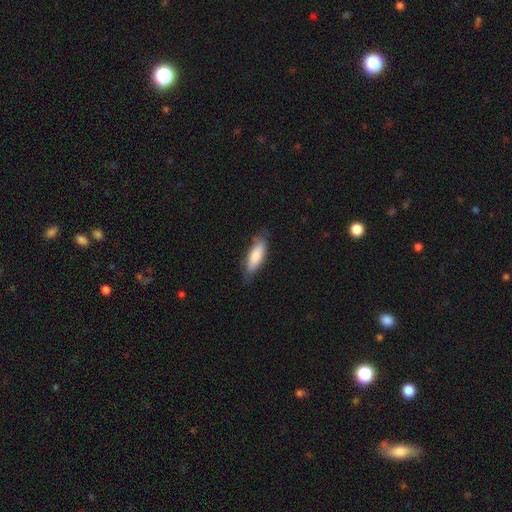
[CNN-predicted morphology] A smooth galaxy with no disk features (78%) that is in between round and cigar-shaped (58%).

Vote fractions:
- Smooth or featured? smooth: 78% / featured or disk: 17% / star or artifact: 6%
- How rounded? in between: 58% / cigar-shaped: 40% / round: 2%
- Merging? none: 75% / minor disturbance: 20% / major disturbance: 4% / merger: 1%